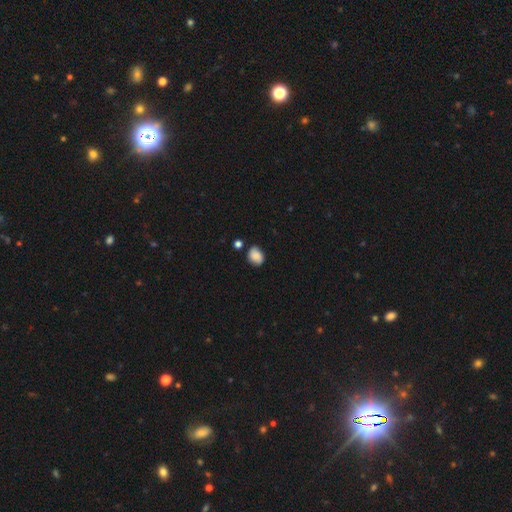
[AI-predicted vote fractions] smooth 83%, star or artifact 9%, featured or disk 8%. Down the decision tree: how rounded — in between (60%); merging — none (73%).